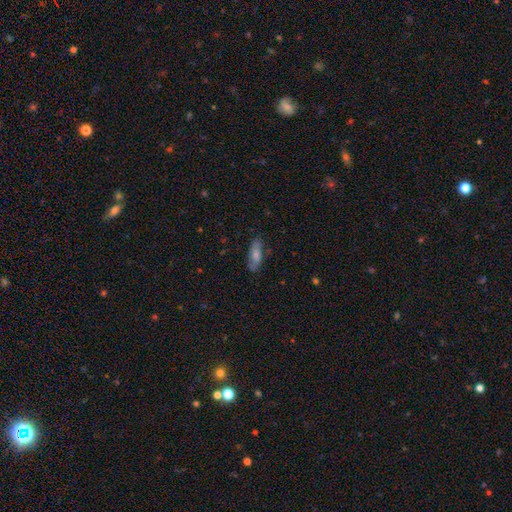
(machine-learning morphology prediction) Smooth or featured? Predicted: smooth (p=0.65). How rounded? Predicted: in between (p=0.55). Merging? Predicted: none (p=0.78).